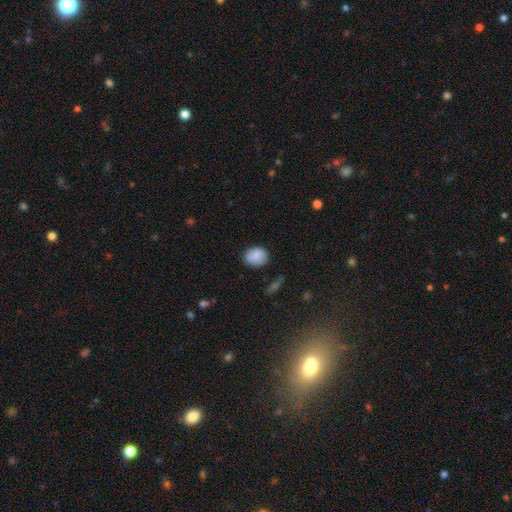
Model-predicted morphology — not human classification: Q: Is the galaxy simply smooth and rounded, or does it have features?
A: smooth — 86%.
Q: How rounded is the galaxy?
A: in between — 58%.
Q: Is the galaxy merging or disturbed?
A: none — 76%.